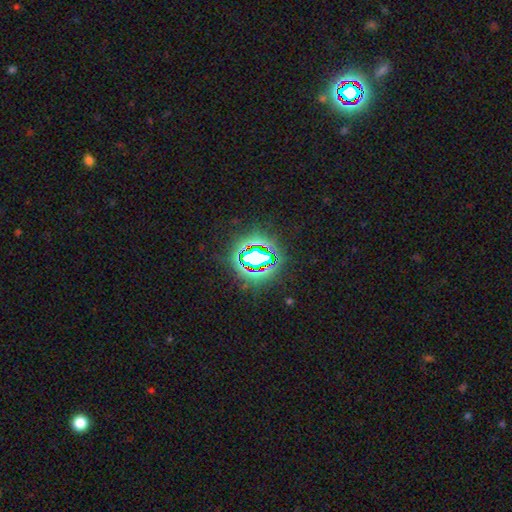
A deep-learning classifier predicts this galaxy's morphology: The model was most divided on "smooth or featured": star or artifact: 71%, smooth: 18%, featured or disk: 11%.